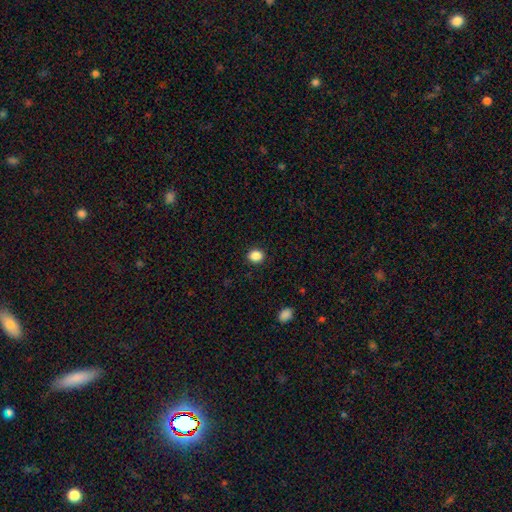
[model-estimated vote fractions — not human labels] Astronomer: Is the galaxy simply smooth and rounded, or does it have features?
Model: smooth — 87%.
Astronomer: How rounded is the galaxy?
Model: round — 69%.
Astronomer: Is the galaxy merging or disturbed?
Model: none — 91%.